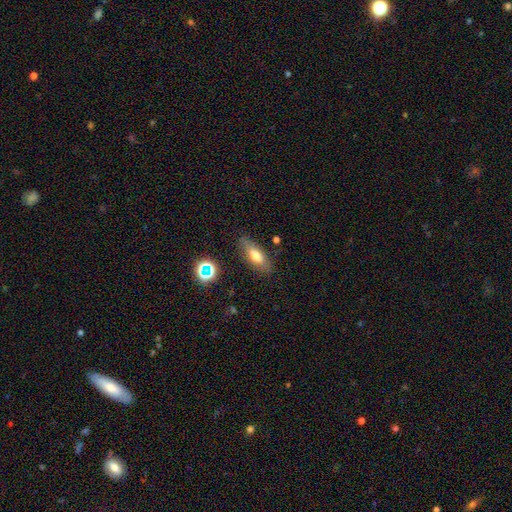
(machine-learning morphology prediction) Smooth or featured? smooth (65%)
How rounded? in between (66%)
Merging? none (81%)